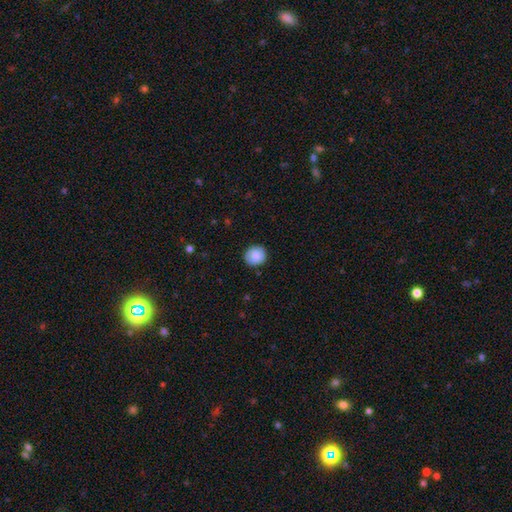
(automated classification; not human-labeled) Q: Smooth or featured?
A: smooth (86%); runner-up: star or artifact (7%)
Q: How rounded?
A: round (87%); runner-up: in between (12%)
Q: Merging?
A: none (88%); runner-up: minor disturbance (9%)